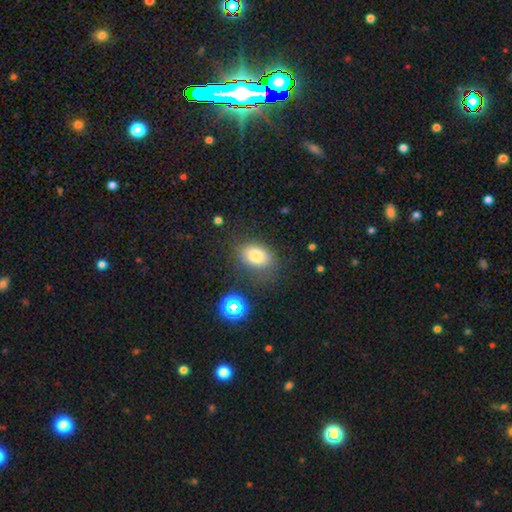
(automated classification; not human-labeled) Smooth or featured? Predicted: smooth (p=0.82). How rounded? Predicted: in between (p=0.81). Merging? Predicted: none (p=0.72).